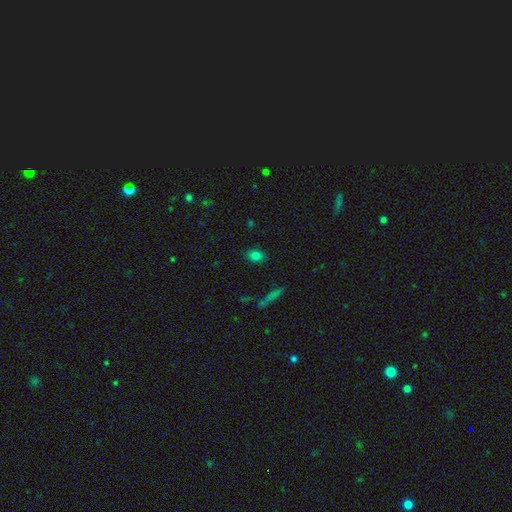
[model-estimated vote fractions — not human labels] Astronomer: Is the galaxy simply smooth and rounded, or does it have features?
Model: smooth — 80%.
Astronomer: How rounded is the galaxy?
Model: in between — 67%.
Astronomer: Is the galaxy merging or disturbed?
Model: none — 85%.